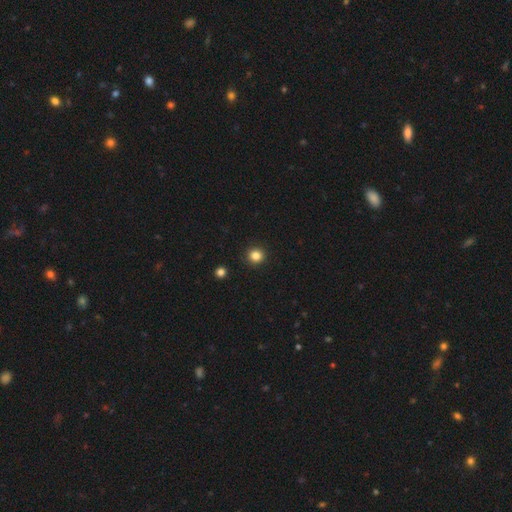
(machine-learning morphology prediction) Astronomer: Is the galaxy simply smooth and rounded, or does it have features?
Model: smooth — 84%.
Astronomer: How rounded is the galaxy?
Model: round — 93%.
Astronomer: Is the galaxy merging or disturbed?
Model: none — 93%.